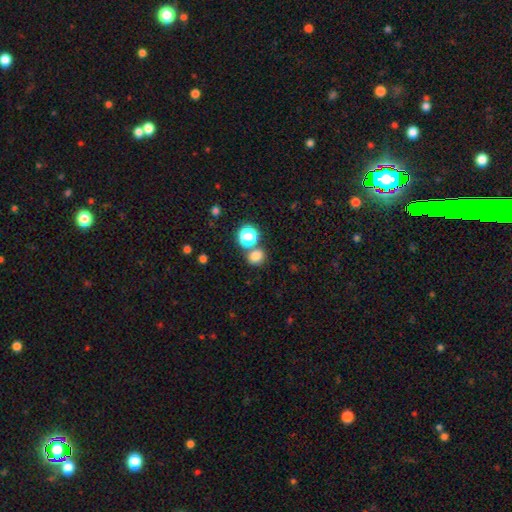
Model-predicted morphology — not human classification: smooth-or-featured: smooth: 78% | star or artifact: 17% | featured or disk: 6%
  how-rounded: round: 73% | in between: 26% | cigar-shaped: 1%
  merging: none: 65% | merger: 24% | minor disturbance: 8% | major disturbance: 3%